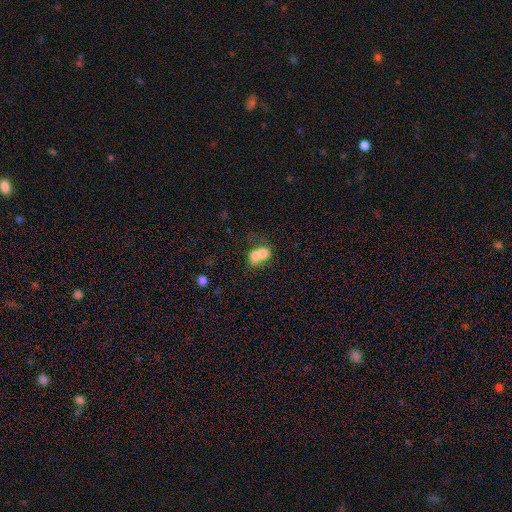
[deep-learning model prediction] This is likely a smooth galaxy (68%). How rounded: possibly round (53%). Merging: likely merger (74%).